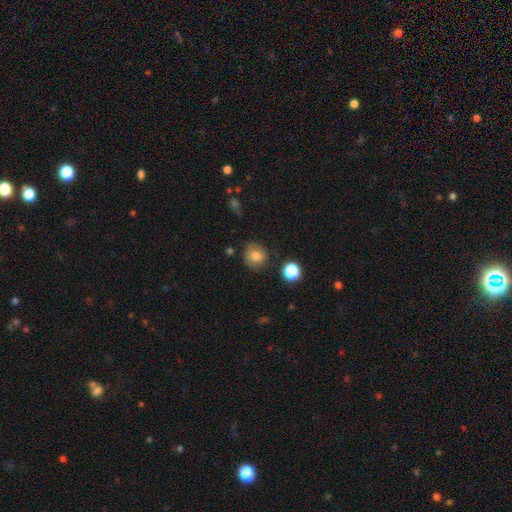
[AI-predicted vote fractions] This appears to be a smooth galaxy with no disk features (70%) that is round (79%). Merging: none (72%).